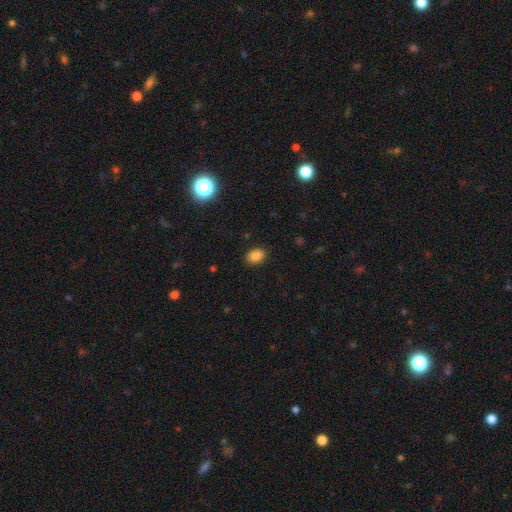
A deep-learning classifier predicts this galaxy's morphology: Smooth or featured? smooth (86%)
How rounded? in between (75%)
Merging? none (88%)